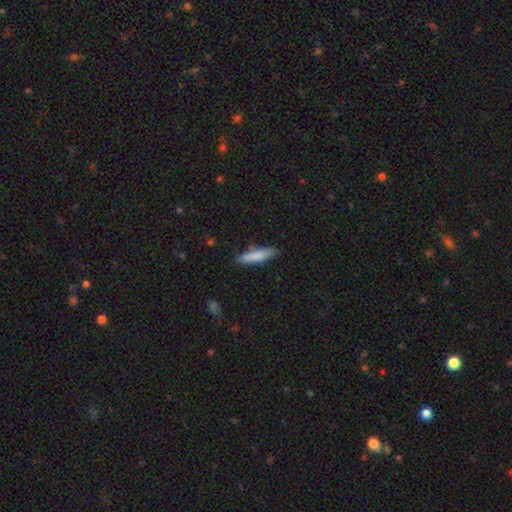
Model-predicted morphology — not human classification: Smooth or featured?
  - smooth: 82% *
  - featured or disk: 12%
  - star or artifact: 6%
How rounded?
  - cigar-shaped: 79% *
  - in between: 20%
  - round: 1%
Merging?
  - none: 81% *
  - minor disturbance: 15%
  - major disturbance: 3%
  - merger: 2%